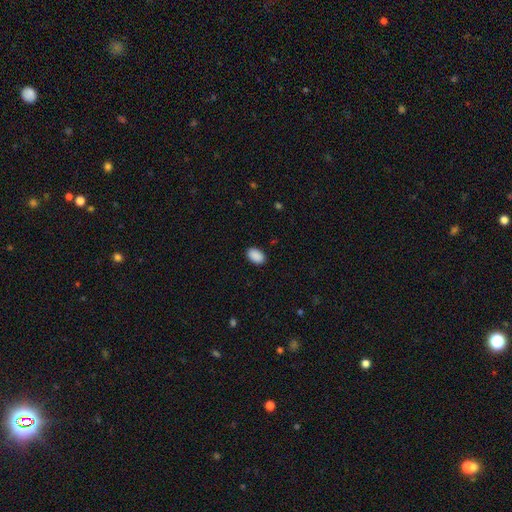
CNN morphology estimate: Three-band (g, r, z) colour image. It shows a smooth galaxy with no disk features (90%) that is in between round and cigar-shaped (89%). Merging: none (89%).